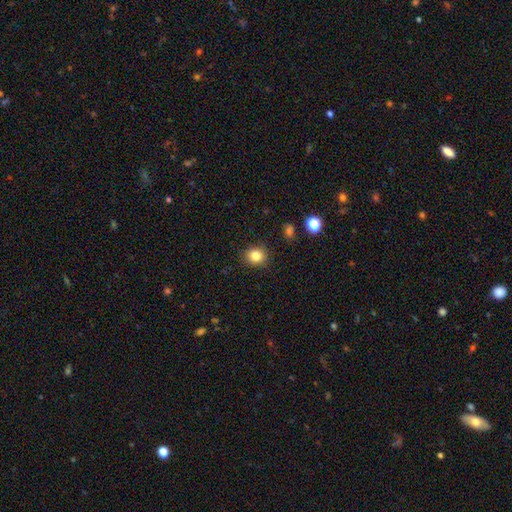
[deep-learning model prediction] Smooth or featured? smooth (83%)
How rounded? round (77%)
Merging? none (89%)